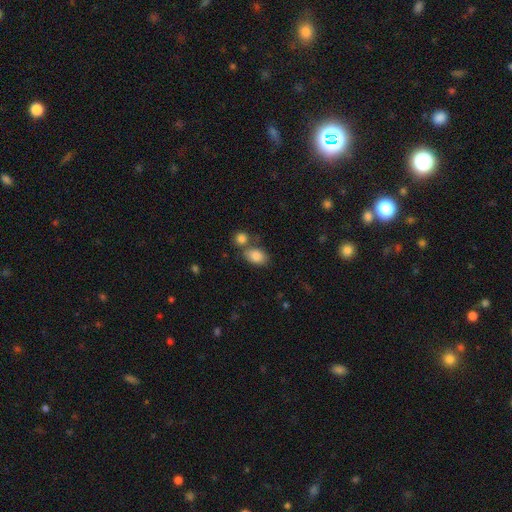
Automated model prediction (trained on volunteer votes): Smooth or featured: smooth — 86% (star or artifact — 8%)
How rounded: in between — 86% (round — 13%)
Merging: none — 56% (merger — 28%)